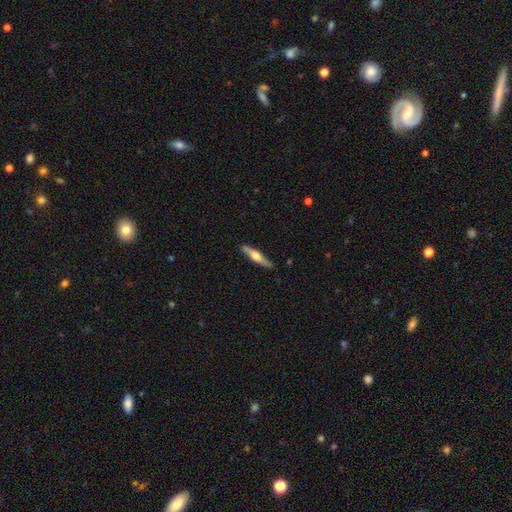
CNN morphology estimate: type=featured or disk (56%); edge-on=yes (93%); edge-on bulge=rounded (88%); merging=none (85%).